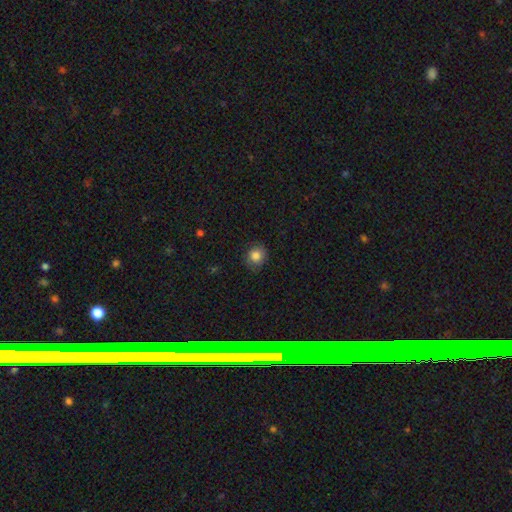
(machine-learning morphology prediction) A smooth galaxy with no disk features (83%) that is round (78%). Merging: none (82%).